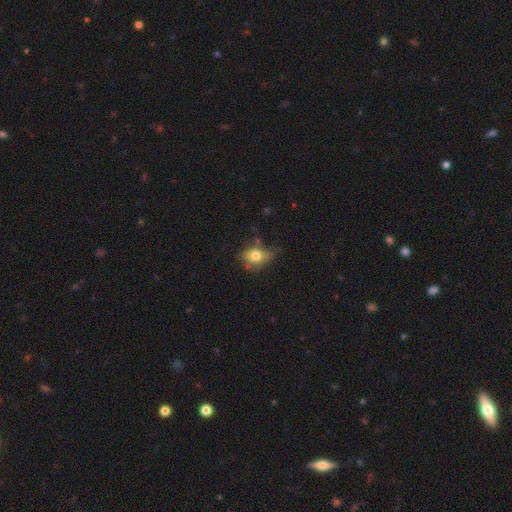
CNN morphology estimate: This appears to be a smooth galaxy with no disk features (72%) that is in between round and cigar-shaped (66%). Merging: none (46%).